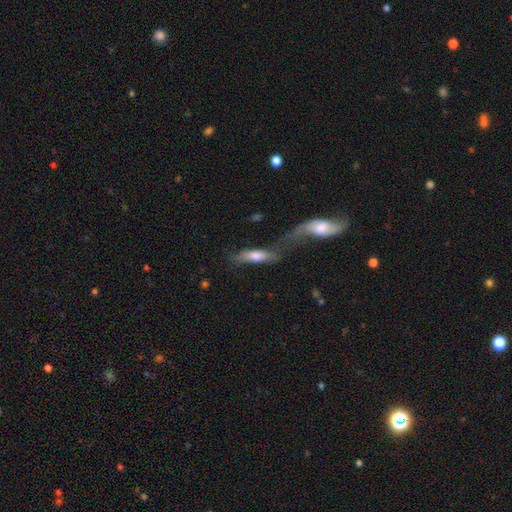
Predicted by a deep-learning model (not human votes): smooth-or-featured: smooth: 58% | featured or disk: 35% | star or artifact: 7%
  how-rounded: cigar-shaped: 50% | in between: 46% | round: 3%
  merging: merger: 44% | none: 27% | major disturbance: 15% | minor disturbance: 13%